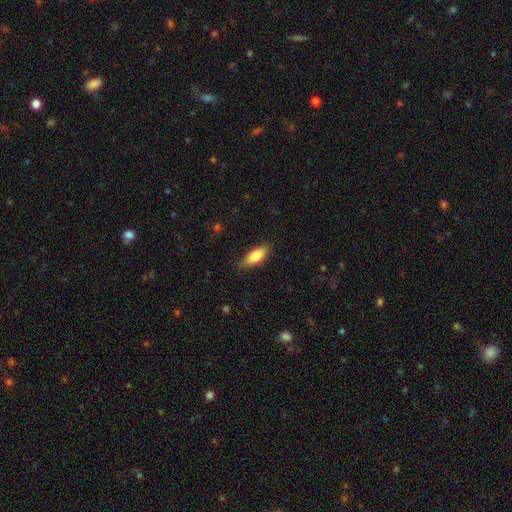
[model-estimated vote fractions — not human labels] Smooth or featured: smooth — 78% (featured or disk — 15%)
How rounded: in between — 74% (cigar-shaped — 24%)
Merging: none — 82% (minor disturbance — 14%)